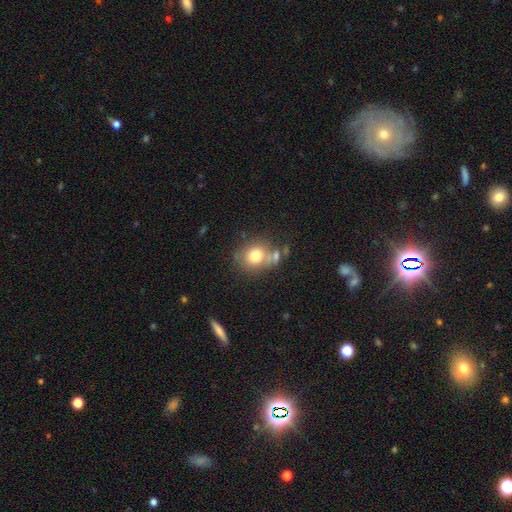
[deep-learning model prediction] A smooth galaxy with no disk features (75%) that is round (72%).

Vote fractions:
- Smooth or featured? smooth: 75% / featured or disk: 14% / star or artifact: 10%
- How rounded? round: 72% / in between: 27% / cigar-shaped: 1%
- Merging? none: 56% / merger: 21% / minor disturbance: 16% / major disturbance: 7%